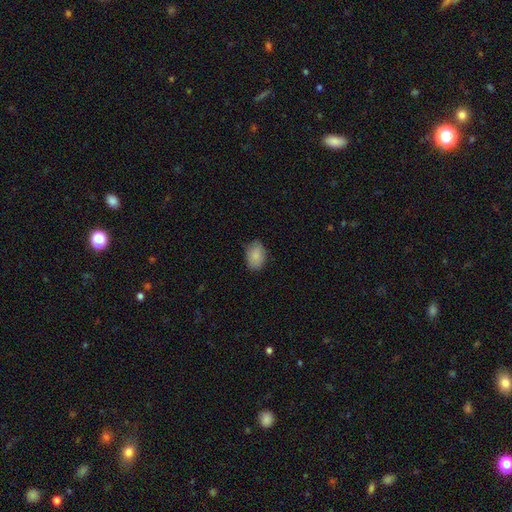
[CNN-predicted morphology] Overall: smooth (88%). How rounded: in between (84%). Merging: none (81%).